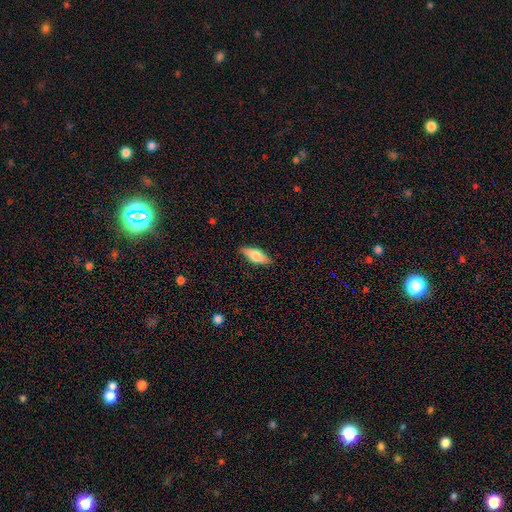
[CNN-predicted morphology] The model was most divided on "how rounded": in between: 69%, cigar-shaped: 29%, round: 2%. More confident: merging — none (86%); smooth or featured — smooth (73%).